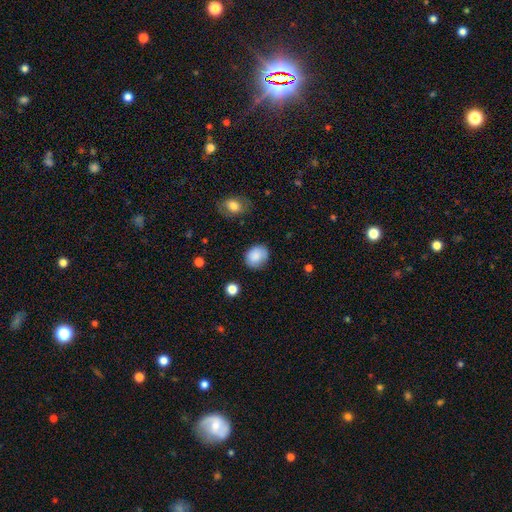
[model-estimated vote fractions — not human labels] Smooth or featured: smooth — 86% (star or artifact — 8%)
How rounded: round — 53% (in between — 47%)
Merging: none — 77% (minor disturbance — 18%)